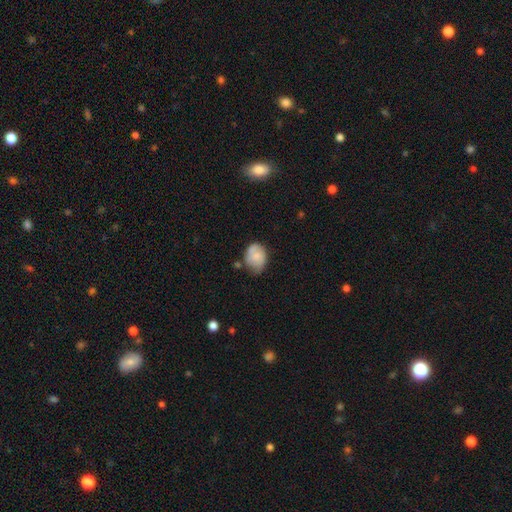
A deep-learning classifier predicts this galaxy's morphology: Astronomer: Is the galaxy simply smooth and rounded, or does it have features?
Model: smooth — 58% (runner-up: featured or disk, 35%).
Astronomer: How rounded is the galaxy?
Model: in between — 60% (runner-up: round, 39%).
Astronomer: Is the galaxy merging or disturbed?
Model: none — 51% (runner-up: minor disturbance, 34%).